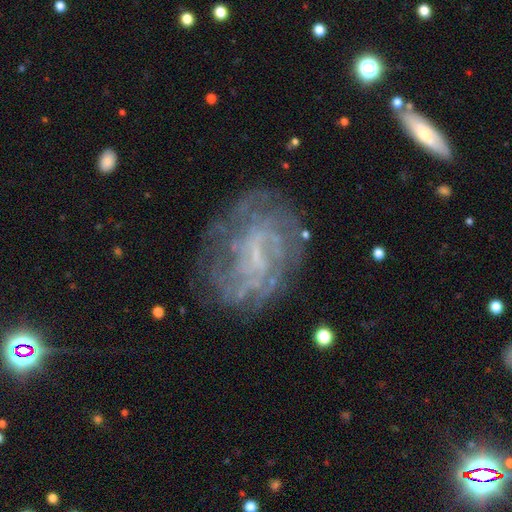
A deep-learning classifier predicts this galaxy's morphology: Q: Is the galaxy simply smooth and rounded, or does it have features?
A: featured or disk — 77%.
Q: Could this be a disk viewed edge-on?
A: no — 97%.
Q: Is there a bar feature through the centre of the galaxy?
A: weak — 46%.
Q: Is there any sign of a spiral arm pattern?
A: yes — 81%.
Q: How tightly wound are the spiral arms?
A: tight — 53%.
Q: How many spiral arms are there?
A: can't tell — 53%.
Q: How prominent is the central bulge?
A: none — 44%.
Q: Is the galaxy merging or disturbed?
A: none — 67%.